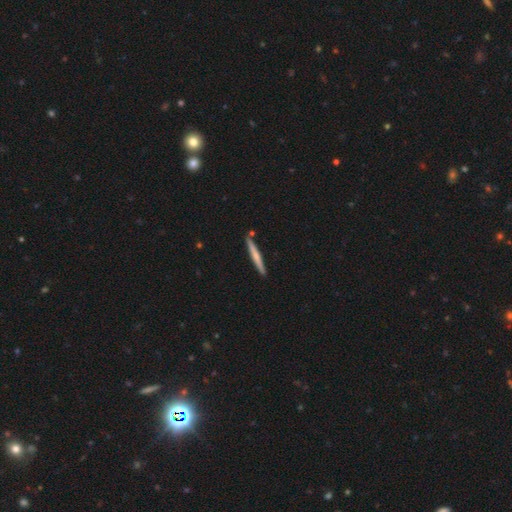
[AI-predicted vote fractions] Smooth or featured? Predicted: smooth (p=0.60). How rounded? Predicted: cigar-shaped (p=0.96). Merging? Predicted: none (p=0.87).